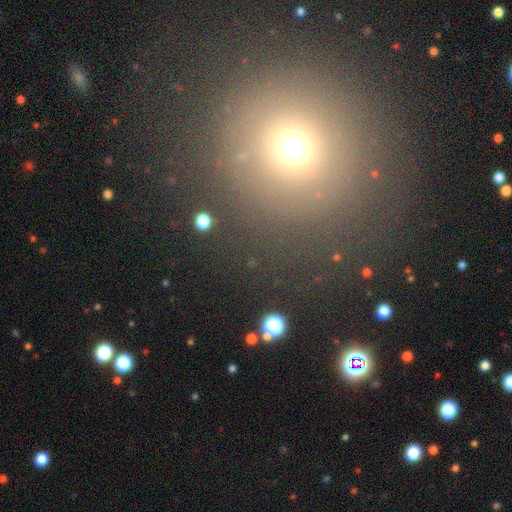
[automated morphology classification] smooth-or-featured: smooth: 57% | star or artifact: 33% | featured or disk: 10%
  how-rounded: round: 92% | in between: 7% | cigar-shaped: 1%
  merging: none: 85% | minor disturbance: 7% | major disturbance: 5% | merger: 3%